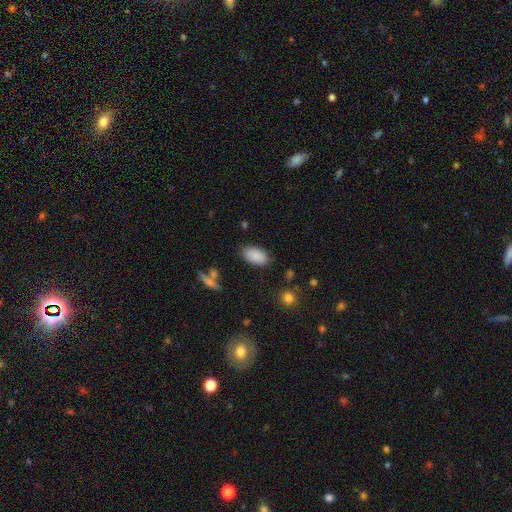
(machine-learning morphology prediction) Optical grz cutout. It shows a smooth galaxy with no disk features (86%) that is in between round and cigar-shaped (94%). Merging: none (82%).